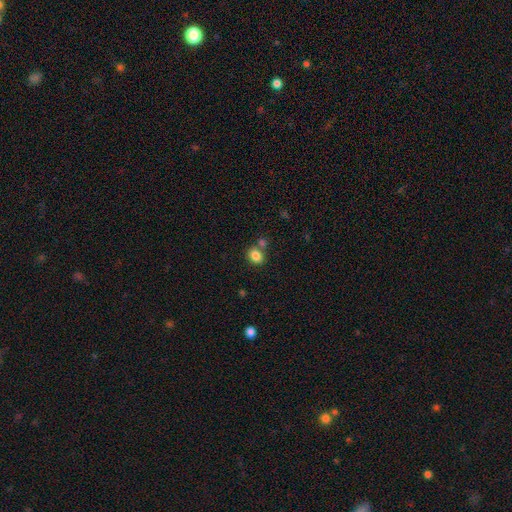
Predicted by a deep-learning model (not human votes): Morphology: type=smooth (84%); roundness=round (59%); merging=none (64%).